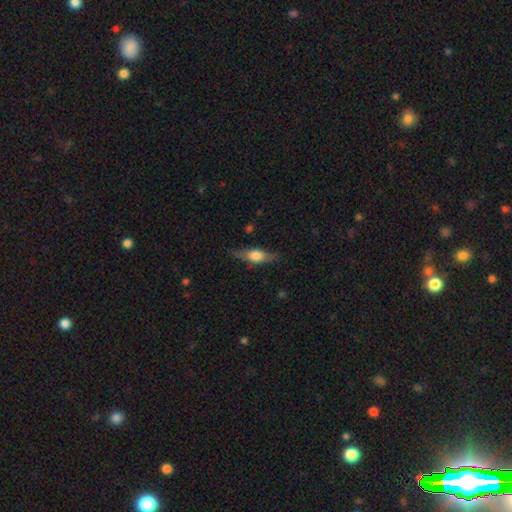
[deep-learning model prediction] smooth_or_featured: smooth (p=0.49) [alt: featured or disk p=0.44]
merging: none (p=0.78) [alt: minor disturbance p=0.16]